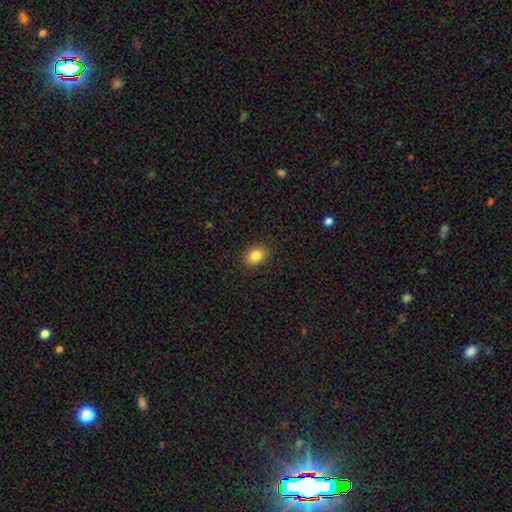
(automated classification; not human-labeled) Smooth or featured? smooth (84%)
How rounded? in between (63%)
Merging? none (89%)